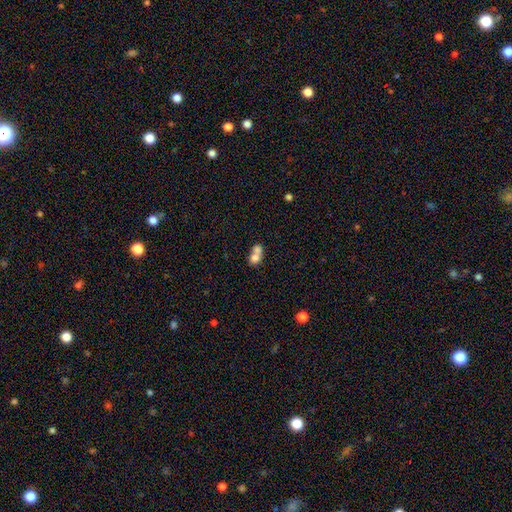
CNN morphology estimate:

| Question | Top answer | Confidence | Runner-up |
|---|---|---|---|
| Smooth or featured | smooth | 72% | featured or disk (18%) |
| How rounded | round | 52% | in between (46%) |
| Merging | merger | 71% | none (20%) |